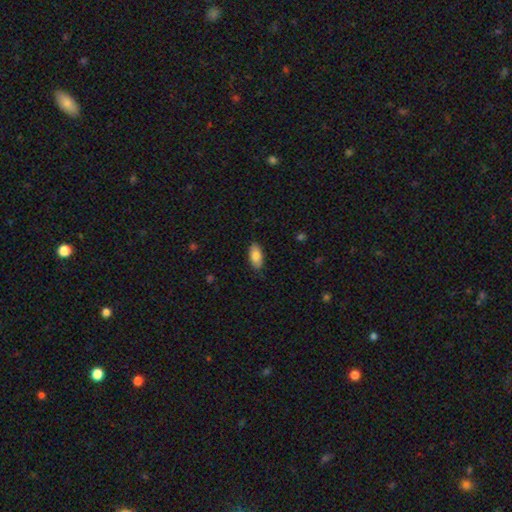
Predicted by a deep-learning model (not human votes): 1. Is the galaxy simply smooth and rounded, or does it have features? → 82% smooth, 11% featured or disk, 7% star or artifact.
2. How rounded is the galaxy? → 91% in between, 7% cigar-shaped, 3% round.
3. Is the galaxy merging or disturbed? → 86% none, 11% minor disturbance, 2% major disturbance, 1% merger.